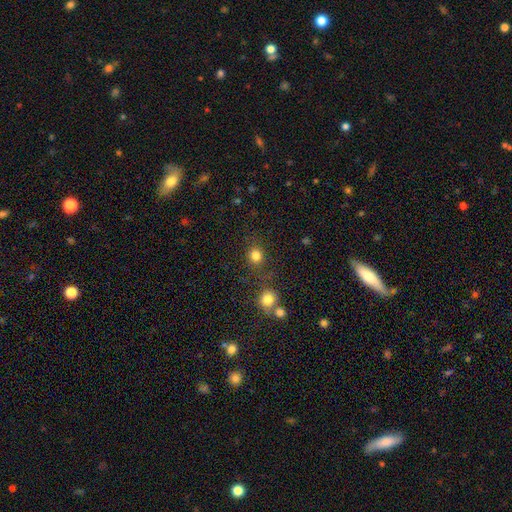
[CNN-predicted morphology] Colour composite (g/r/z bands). It shows a smooth galaxy with no disk features (81%) that is round (84%). Merging: none (80%).